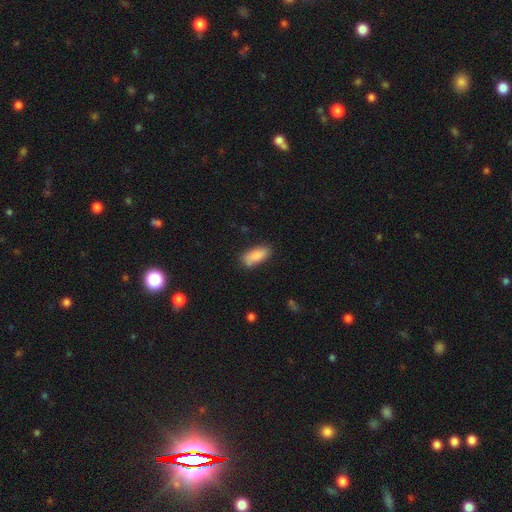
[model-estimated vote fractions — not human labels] smooth-or-featured: smooth: 86% | featured or disk: 7% | star or artifact: 7%
  how-rounded: in between: 85% | cigar-shaped: 13% | round: 2%
  merging: none: 78% | minor disturbance: 17% | major disturbance: 3% | merger: 2%